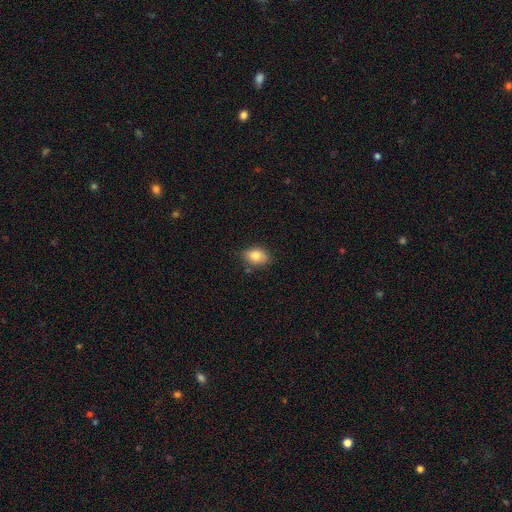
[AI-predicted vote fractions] Overall: smooth (81%). How rounded: in between (80%). Merging: none (80%).